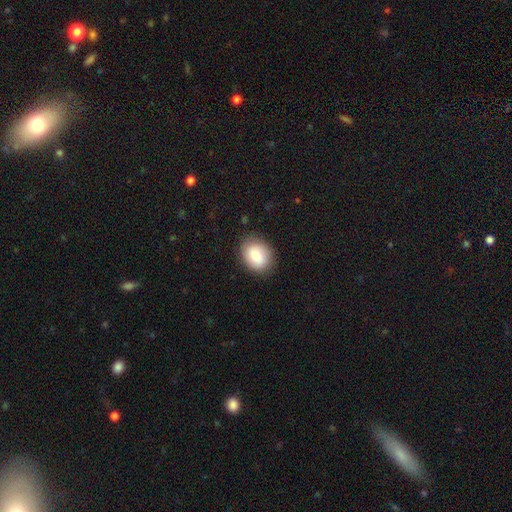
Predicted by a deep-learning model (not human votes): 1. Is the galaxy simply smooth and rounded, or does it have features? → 84% smooth, 9% featured or disk, 7% star or artifact.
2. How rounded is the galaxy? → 56% in between, 43% round, 1% cigar-shaped.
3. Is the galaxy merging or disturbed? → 84% none, 12% minor disturbance, 3% major disturbance, 1% merger.